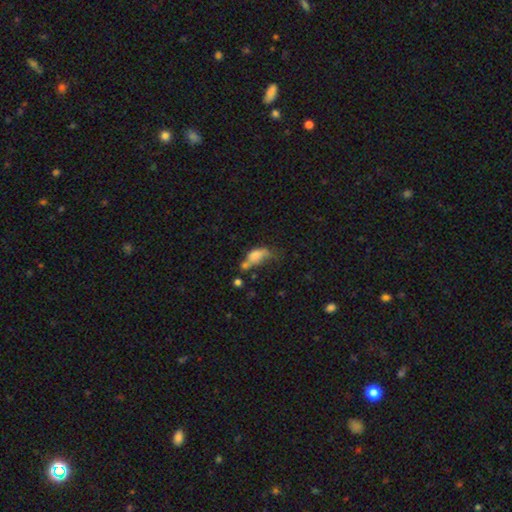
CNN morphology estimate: smooth 64%, featured or disk 24%, star or artifact 12%. Down the decision tree: how rounded — in between (83%); merging — major disturbance (34%).